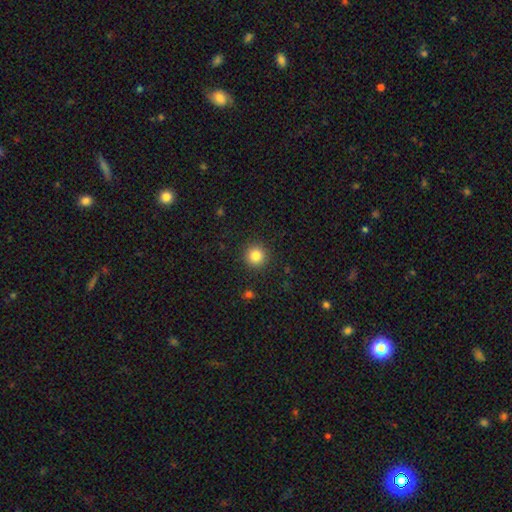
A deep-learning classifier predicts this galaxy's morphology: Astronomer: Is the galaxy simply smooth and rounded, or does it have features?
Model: smooth — 84%.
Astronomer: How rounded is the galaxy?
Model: round — 95%.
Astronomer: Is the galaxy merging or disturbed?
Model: none — 91%.